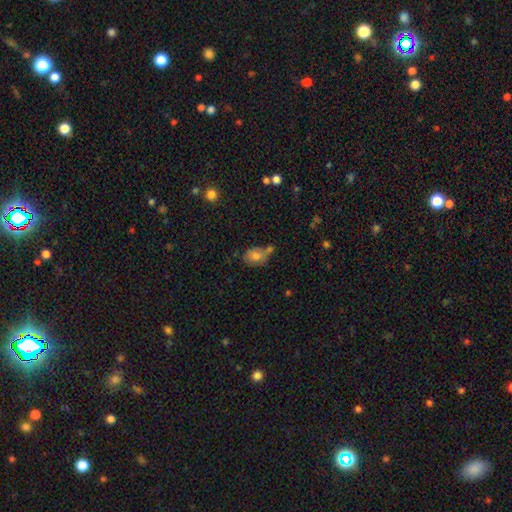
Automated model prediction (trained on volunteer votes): Smooth or featured?
  - smooth: 74% *
  - featured or disk: 16%
  - star or artifact: 10%
How rounded?
  - in between: 63% *
  - round: 35%
  - cigar-shaped: 1%
Merging?
  - none: 47% *
  - merger: 24%
  - minor disturbance: 22%
  - major disturbance: 7%